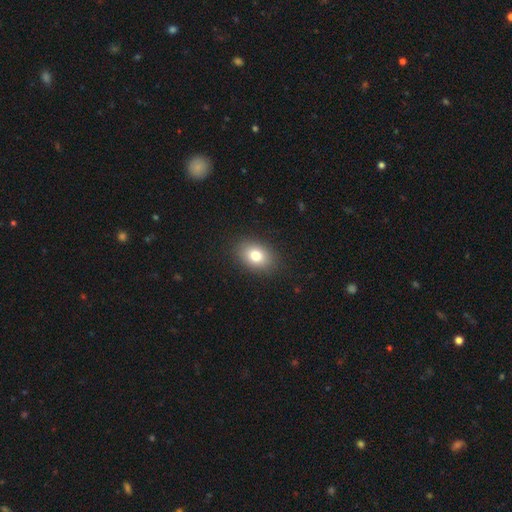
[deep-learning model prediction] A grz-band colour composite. It shows a smooth galaxy with no disk features (79%) that is in between round and cigar-shaped (72%). Merging: none (88%).